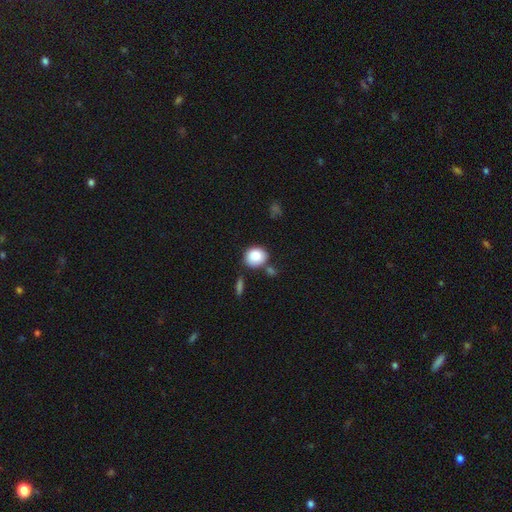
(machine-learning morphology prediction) Smooth or featured?
  - smooth: 84% *
  - star or artifact: 8%
  - featured or disk: 8%
How rounded?
  - round: 74% *
  - in between: 25%
  - cigar-shaped: 1%
Merging?
  - none: 71% *
  - minor disturbance: 13%
  - merger: 12%
  - major disturbance: 4%